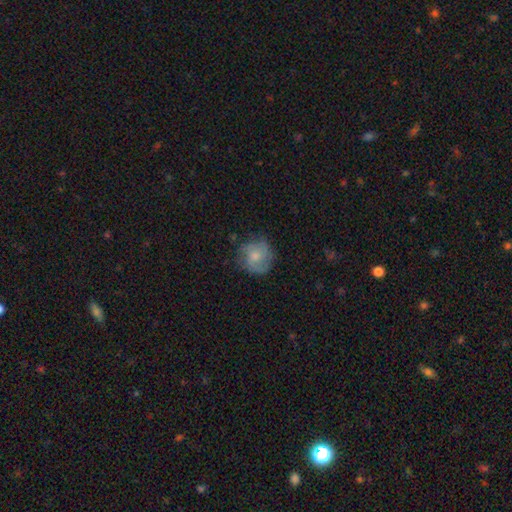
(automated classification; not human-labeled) smooth 56%, featured or disk 37%, star or artifact 8%. Down the decision tree: how rounded — round (85%); merging — none (68%).